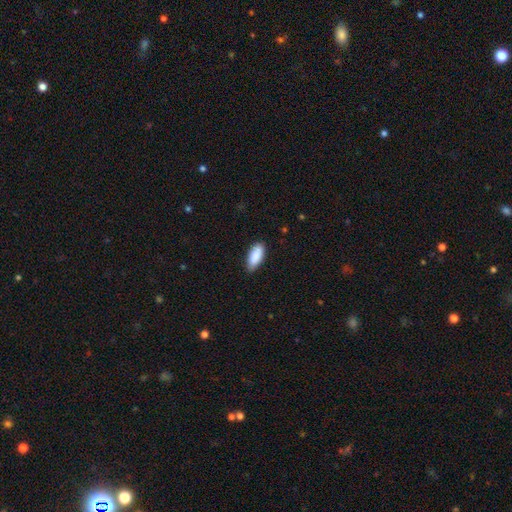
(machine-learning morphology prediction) A smooth galaxy with no disk features (90%) that is in between round and cigar-shaped (86%). Merging: none (80%).